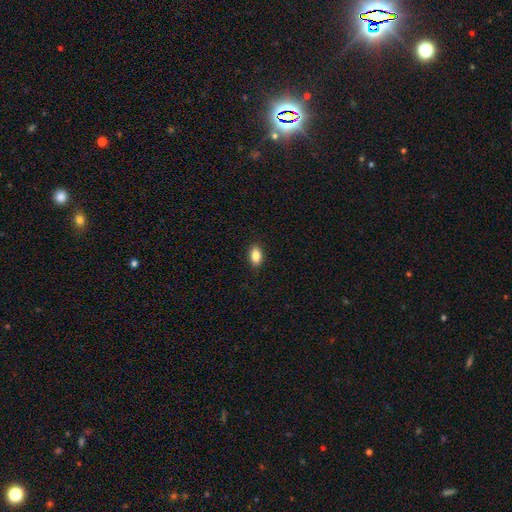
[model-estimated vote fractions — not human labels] Q: Smooth or featured?
A: smooth (86%); runner-up: star or artifact (8%)
Q: How rounded?
A: in between (89%); runner-up: round (7%)
Q: Merging?
A: none (89%); runner-up: minor disturbance (8%)